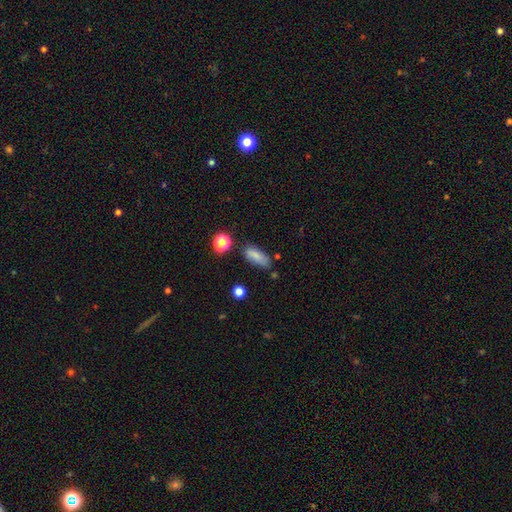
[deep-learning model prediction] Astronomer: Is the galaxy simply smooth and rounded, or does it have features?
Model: smooth — 81%.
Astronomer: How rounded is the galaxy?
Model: in between — 72%.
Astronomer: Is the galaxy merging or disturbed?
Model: none — 70%.